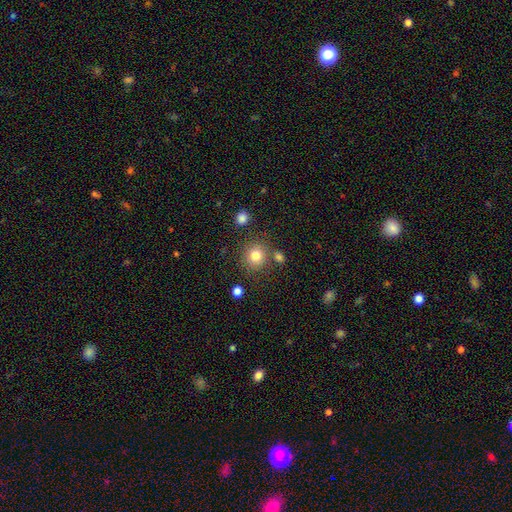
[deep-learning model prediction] Smooth or featured? Predicted: smooth (p=0.81). How rounded? Predicted: round (p=0.86). Merging? Predicted: none (p=0.78).